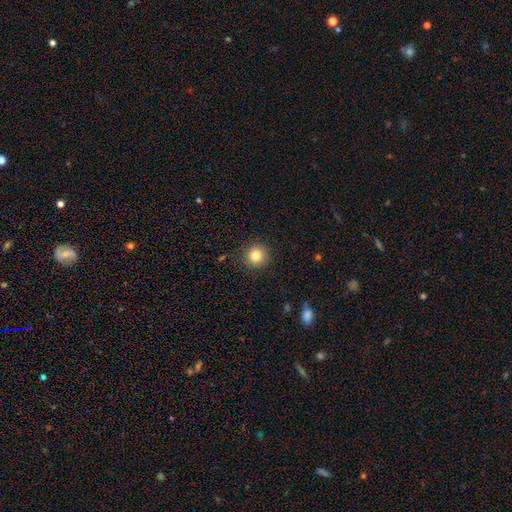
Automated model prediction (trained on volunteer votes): A smooth galaxy with no disk features (82%) that is round (94%).

Vote fractions:
- Smooth or featured? smooth: 82% / star or artifact: 11% / featured or disk: 7%
- How rounded? round: 94% / in between: 5% / cigar-shaped: 1%
- Merging? none: 90% / minor disturbance: 7% / major disturbance: 2% / merger: 1%